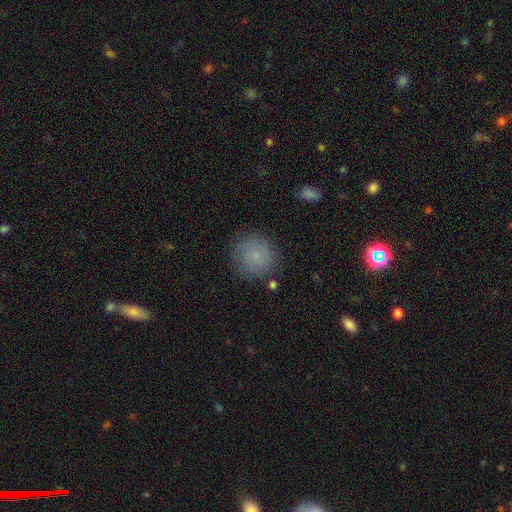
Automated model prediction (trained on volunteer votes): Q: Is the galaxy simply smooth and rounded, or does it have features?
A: smooth — 83%.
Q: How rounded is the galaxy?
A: round — 92%.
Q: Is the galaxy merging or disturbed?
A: none — 83%.